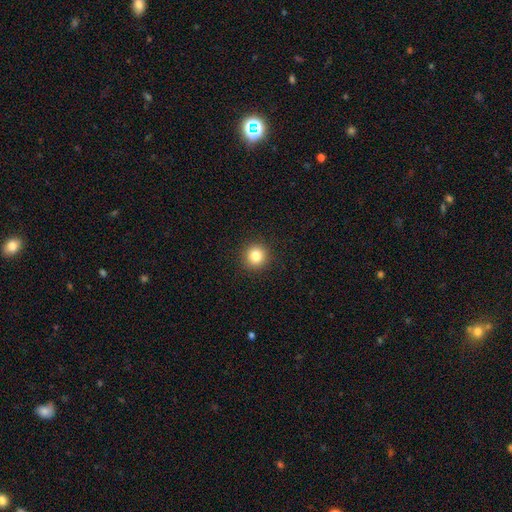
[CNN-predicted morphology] The model was most divided on "smooth or featured": smooth: 83%, star or artifact: 11%, featured or disk: 6%. More confident: how rounded — round (93%); merging — none (92%).